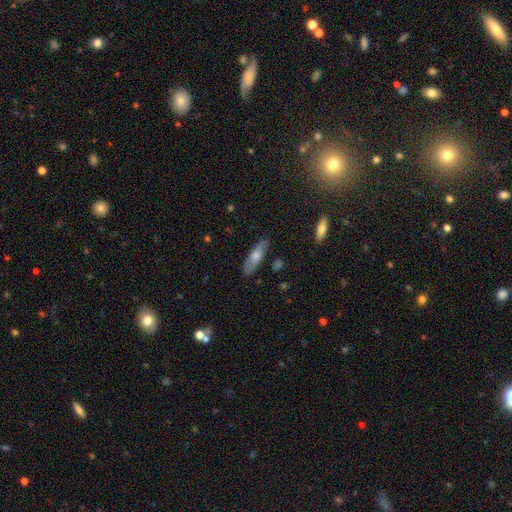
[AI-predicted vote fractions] A smooth galaxy with no disk features (59%) that is cigar-shaped (56%). Merging: none (83%).